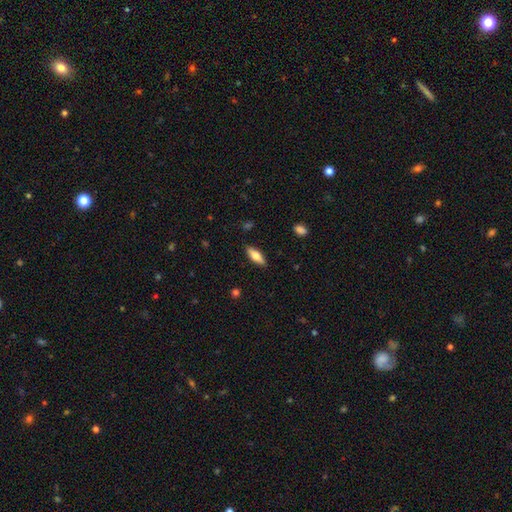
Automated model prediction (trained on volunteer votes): The model was most divided on "smooth or featured": smooth: 60%, featured or disk: 34%, star or artifact: 6%. More confident: merging — none (88%); how rounded — in between (63%).